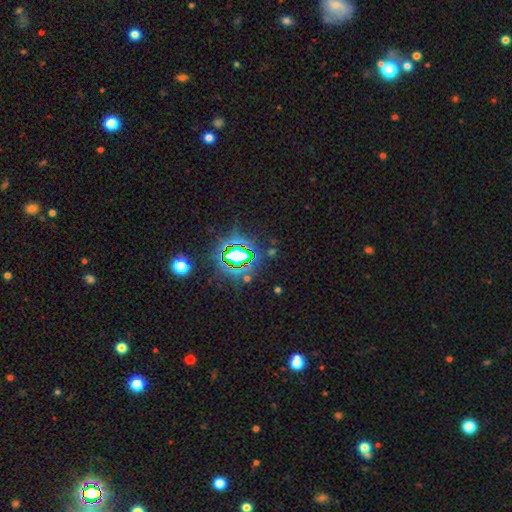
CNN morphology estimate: A star or artifact, not a galaxy (80%).